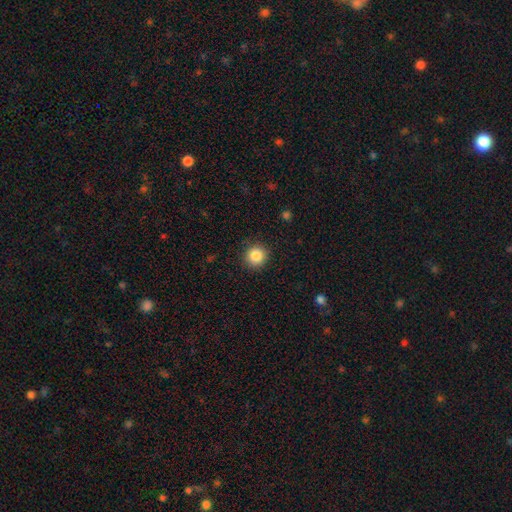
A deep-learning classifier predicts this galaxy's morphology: Smooth or featured: smooth — 86% (star or artifact — 10%)
How rounded: round — 94% (in between — 5%)
Merging: none — 91% (minor disturbance — 6%)